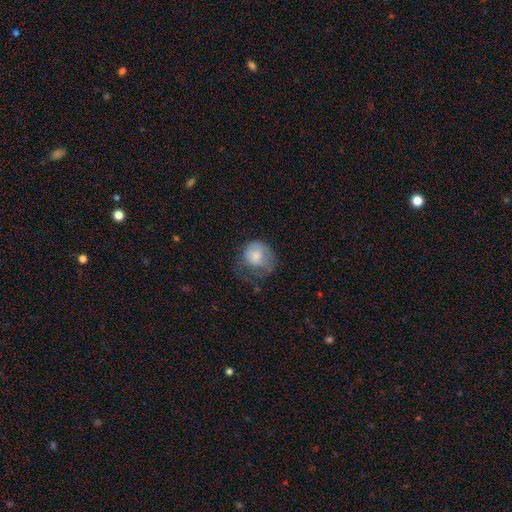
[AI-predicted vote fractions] This appears to be a smooth galaxy with no disk features (72%) that is round (74%). Merging: major disturbance (38%).